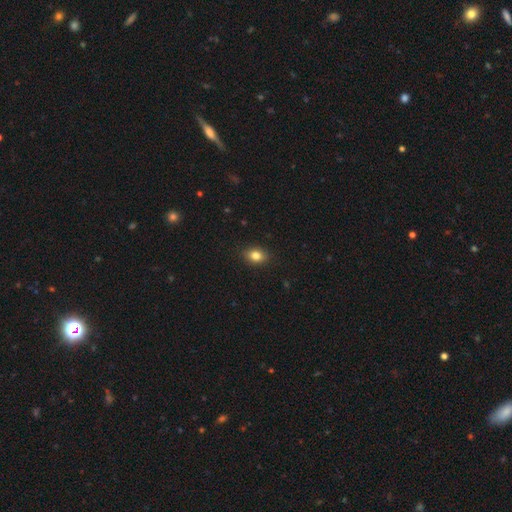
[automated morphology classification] Q: Smooth or featured?
A: smooth (82%); runner-up: star or artifact (10%)
Q: How rounded?
A: in between (70%); runner-up: round (29%)
Q: Merging?
A: none (89%); runner-up: minor disturbance (8%)